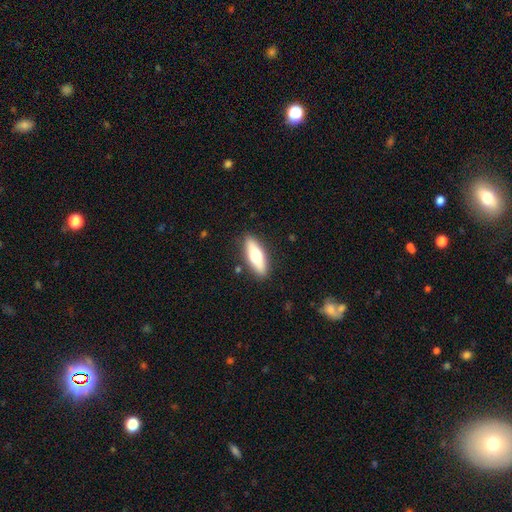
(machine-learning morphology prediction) Smooth or featured? smooth (59%)
How rounded? in between (50%)
Merging? none (88%)